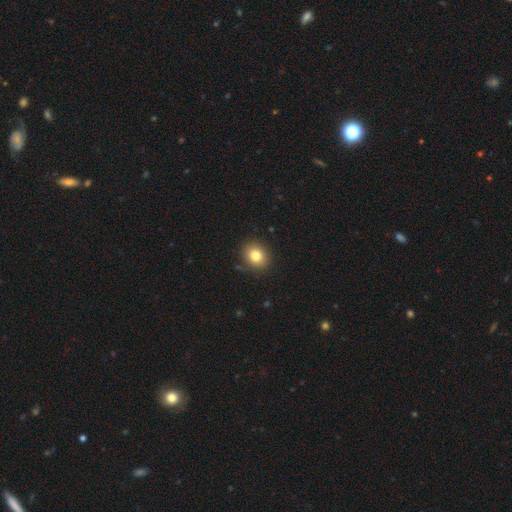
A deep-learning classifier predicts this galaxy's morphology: This is clearly a smooth galaxy (81%). How rounded: likely round (67%). Merging: clearly none (87%).